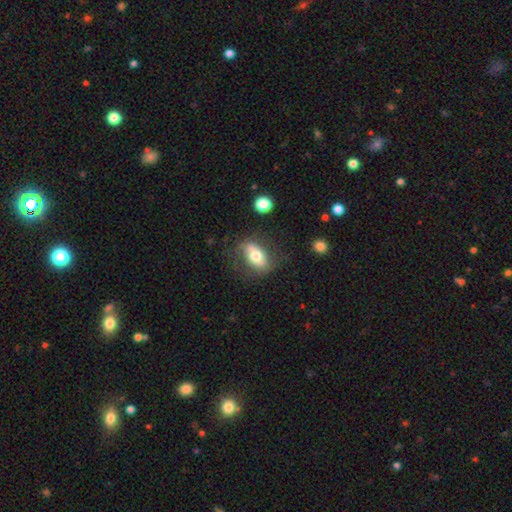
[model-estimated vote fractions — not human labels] Smooth or featured: smooth — 57% (featured or disk — 36%)
How rounded: in between — 83% (round — 12%)
Merging: none — 68% (minor disturbance — 19%)